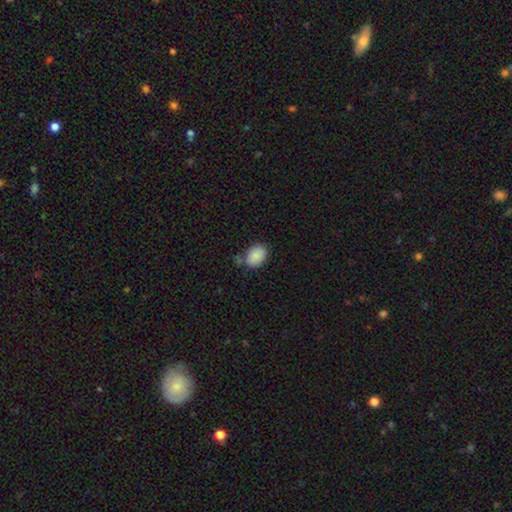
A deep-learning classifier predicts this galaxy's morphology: Smooth or featured?
  - smooth: 88% *
  - star or artifact: 7%
  - featured or disk: 4%
How rounded?
  - in between: 78% *
  - round: 21%
  - cigar-shaped: 1%
Merging?
  - none: 70% *
  - minor disturbance: 18%
  - merger: 8%
  - major disturbance: 4%